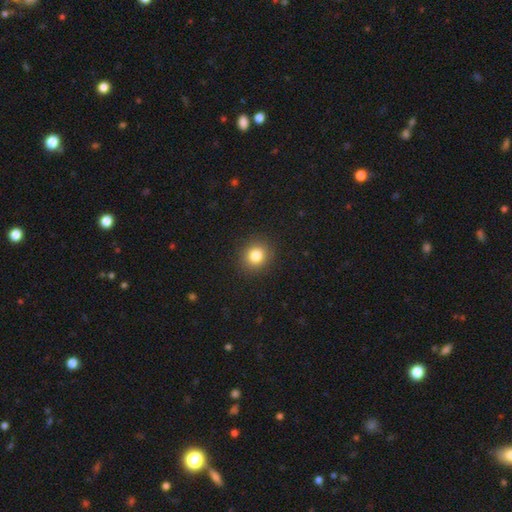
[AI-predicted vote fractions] Smooth or featured?
  - smooth: 83% *
  - star or artifact: 11%
  - featured or disk: 6%
How rounded?
  - round: 82% *
  - in between: 17%
  - cigar-shaped: 1%
Merging?
  - none: 90% *
  - minor disturbance: 6%
  - major disturbance: 2%
  - merger: 1%